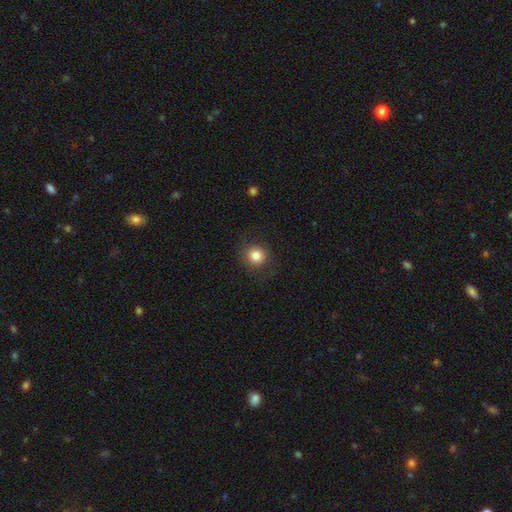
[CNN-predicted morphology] Overall: smooth (82%). How rounded: round (91%). Merging: none (85%).